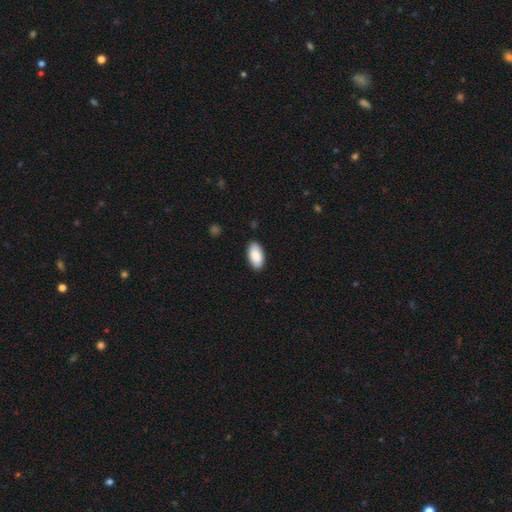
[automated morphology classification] Smooth or featured?
  - smooth: 88% *
  - featured or disk: 6%
  - star or artifact: 6%
How rounded?
  - in between: 94% *
  - cigar-shaped: 4%
  - round: 2%
Merging?
  - none: 88% *
  - minor disturbance: 9%
  - major disturbance: 2%
  - merger: 1%